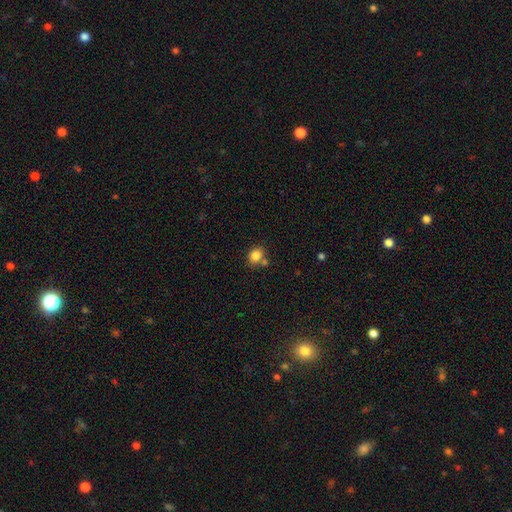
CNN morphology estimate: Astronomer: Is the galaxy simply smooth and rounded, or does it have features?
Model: smooth — 84%.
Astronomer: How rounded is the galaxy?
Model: round — 56% (runner-up: in between, 44%).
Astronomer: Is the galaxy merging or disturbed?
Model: none — 66%.